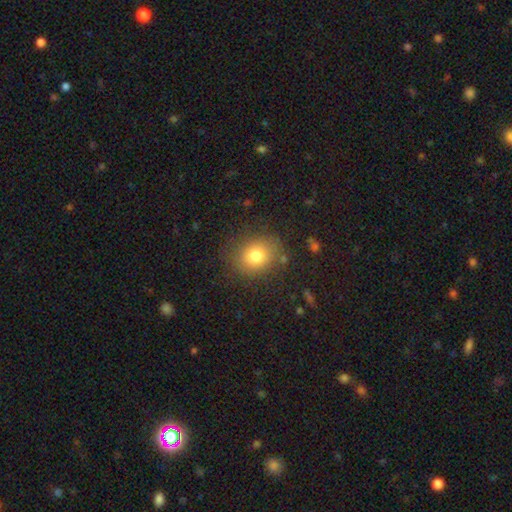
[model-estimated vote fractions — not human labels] Smooth or featured? smooth (78%)
How rounded? round (68%)
Merging? none (81%)